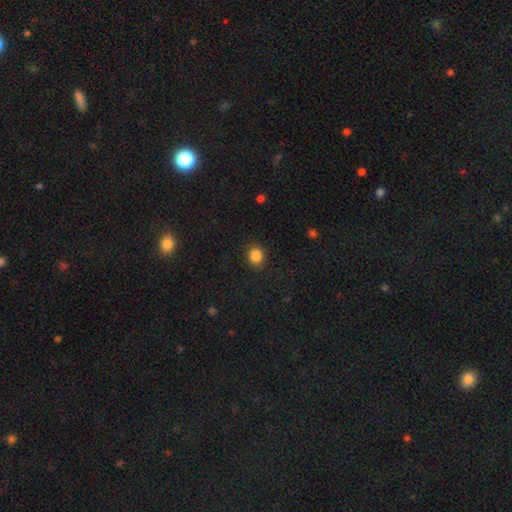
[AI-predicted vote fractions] The model was most divided on "how rounded": round: 72%, in between: 27%, cigar-shaped: 1%. More confident: merging — none (87%); smooth or featured — smooth (86%).